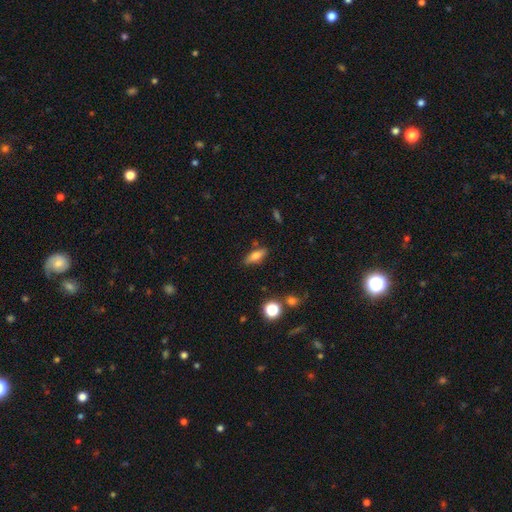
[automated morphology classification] A smooth galaxy with no disk features (71%) that is in between round and cigar-shaped (63%). Merging: none (81%).